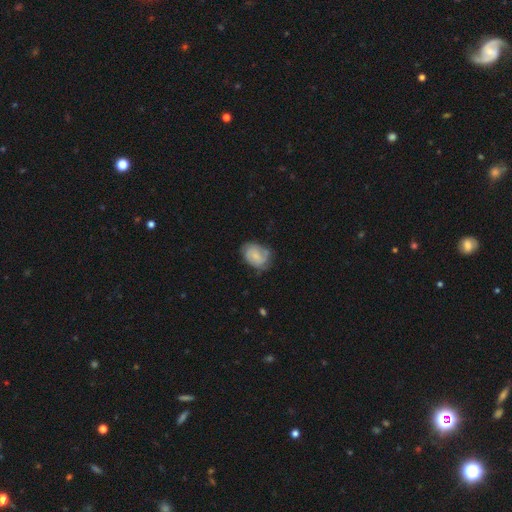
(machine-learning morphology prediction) Smooth or featured? Predicted: featured or disk (p=0.48). Merging? Predicted: none (p=0.60).